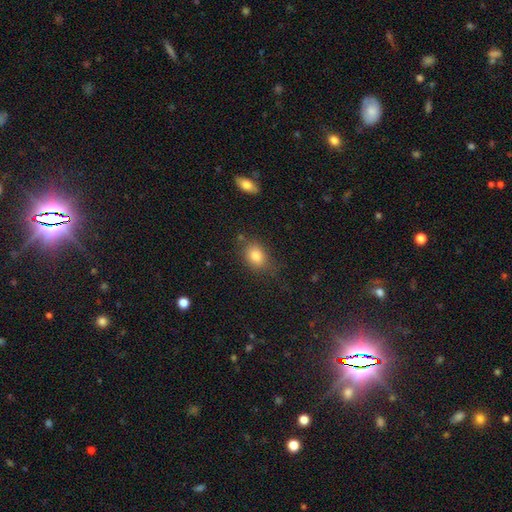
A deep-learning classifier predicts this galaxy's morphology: A smooth galaxy with no disk features (83%) that is in between round and cigar-shaped (73%). Merging: none (72%).